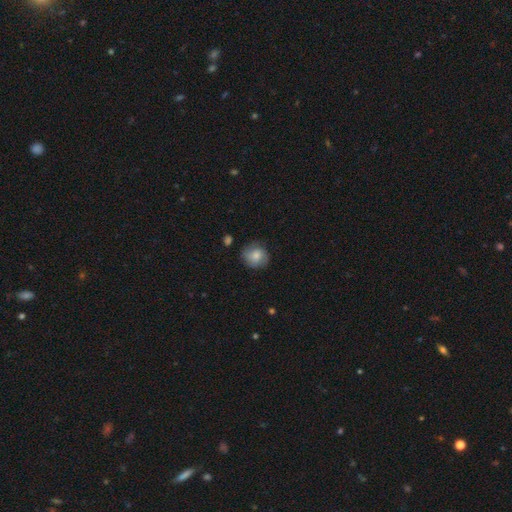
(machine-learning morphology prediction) Overall: smooth (78%). How rounded: round (86%). Merging: none (77%).